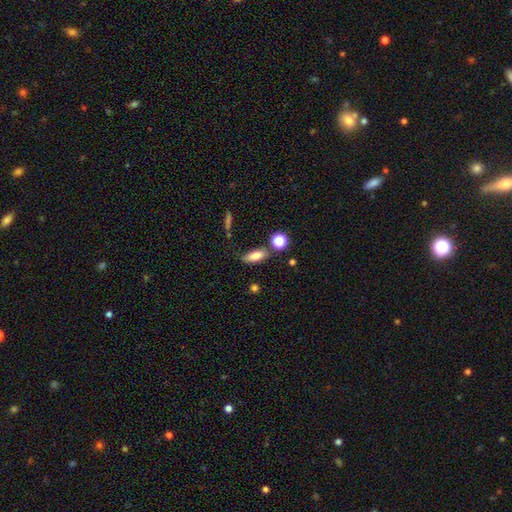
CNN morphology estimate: This appears to be a smooth galaxy with no disk features (77%) that is in between round and cigar-shaped (71%). Merging: none (71%).